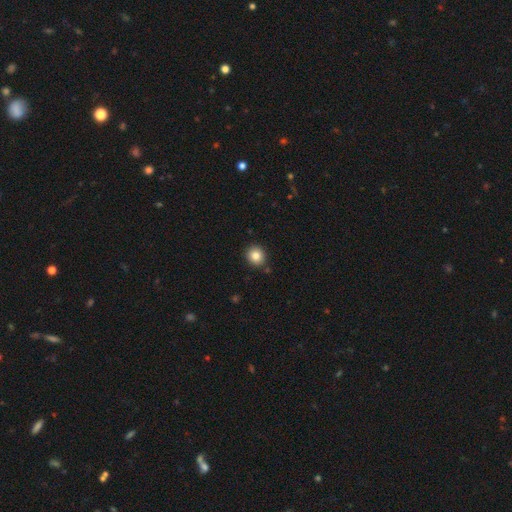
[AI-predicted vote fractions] A smooth galaxy with no disk features (84%) that is round (84%).

Vote fractions:
- Smooth or featured? smooth: 84% / star or artifact: 10% / featured or disk: 6%
- How rounded? round: 84% / in between: 15% / cigar-shaped: 1%
- Merging? none: 87% / minor disturbance: 9% / merger: 3% / major disturbance: 2%